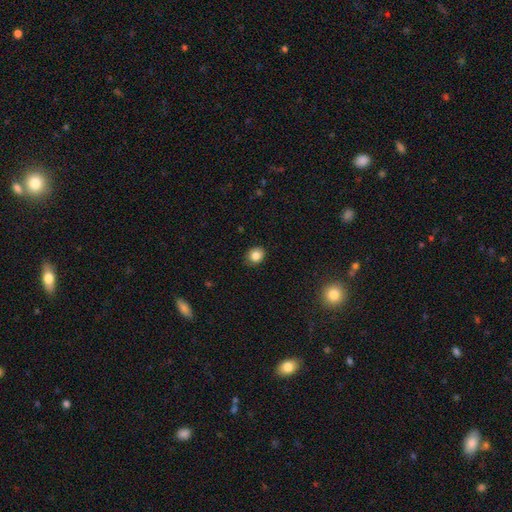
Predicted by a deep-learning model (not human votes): smooth 84%, star or artifact 10%, featured or disk 6%. Down the decision tree: how rounded — round (60%); merging — none (86%).